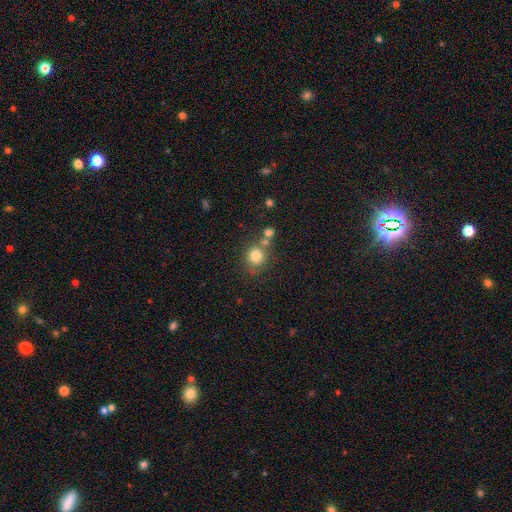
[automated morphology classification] smooth-or-featured: smooth: 78% | star or artifact: 12% | featured or disk: 9%
  how-rounded: round: 87% | in between: 12% | cigar-shaped: 1%
  merging: none: 63% | merger: 21% | minor disturbance: 12% | major disturbance: 5%